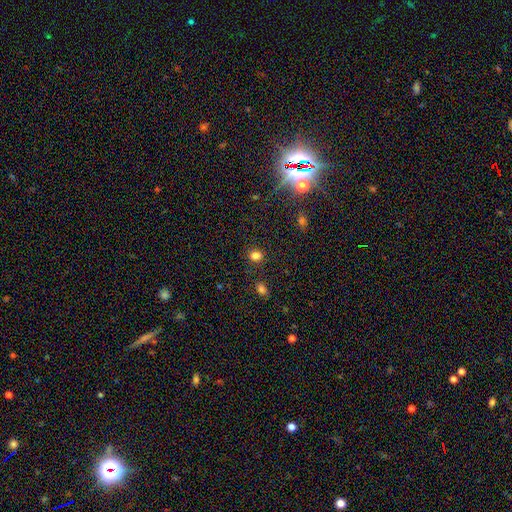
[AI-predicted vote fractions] Smooth or featured? smooth (81%)
How rounded? round (68%)
Merging? none (85%)